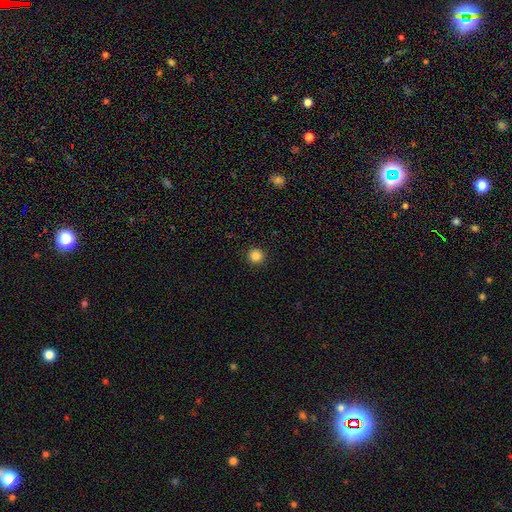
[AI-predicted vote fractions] The model was most divided on "smooth or featured": smooth: 85%, star or artifact: 11%, featured or disk: 3%. More confident: how rounded — round (96%); merging — none (93%).